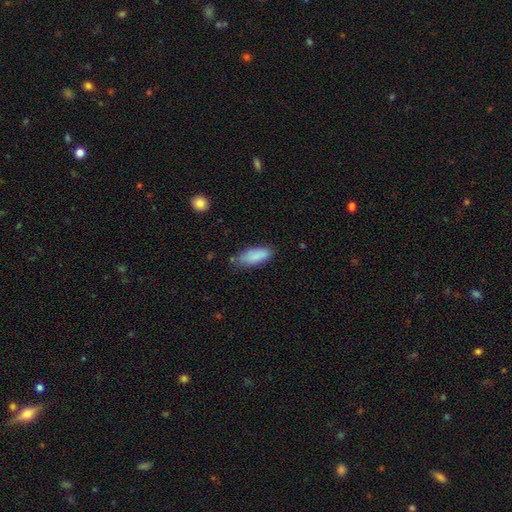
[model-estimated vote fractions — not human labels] Smooth or featured: smooth — 87% (featured or disk — 7%)
How rounded: in between — 77% (cigar-shaped — 21%)
Merging: none — 67% (minor disturbance — 25%)